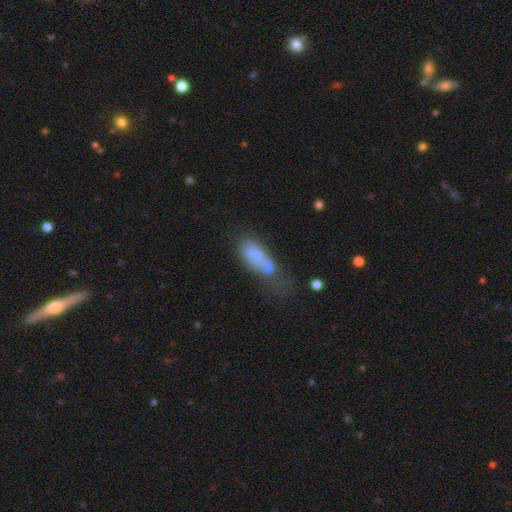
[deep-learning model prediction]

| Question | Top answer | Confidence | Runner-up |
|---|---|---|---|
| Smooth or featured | smooth | 61% | featured or disk (28%) |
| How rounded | in between | 71% | cigar-shaped (26%) |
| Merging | major disturbance | 29% | merger (25%) |